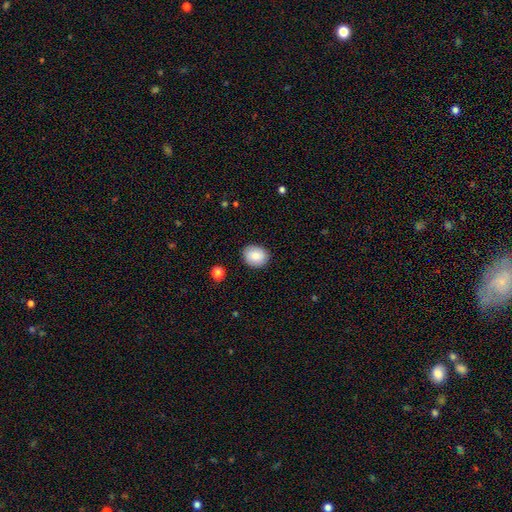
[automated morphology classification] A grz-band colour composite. It shows a smooth galaxy with no disk features (80%) that is round (62%). Merging: none (87%).